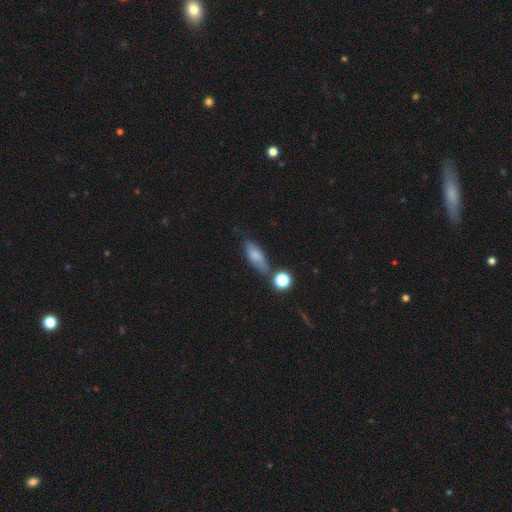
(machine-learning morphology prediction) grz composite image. It shows a smooth galaxy with no disk features (69%) that is in between round and cigar-shaped (65%). Merging: none (57%).